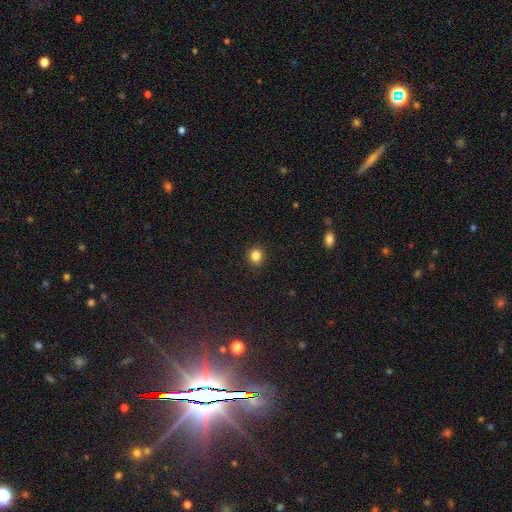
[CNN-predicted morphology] smooth_or_featured: smooth (p=0.84) [alt: star or artifact p=0.11]
how_rounded: round (p=0.78) [alt: in between p=0.21]
merging: none (p=0.91) [alt: minor disturbance p=0.06]